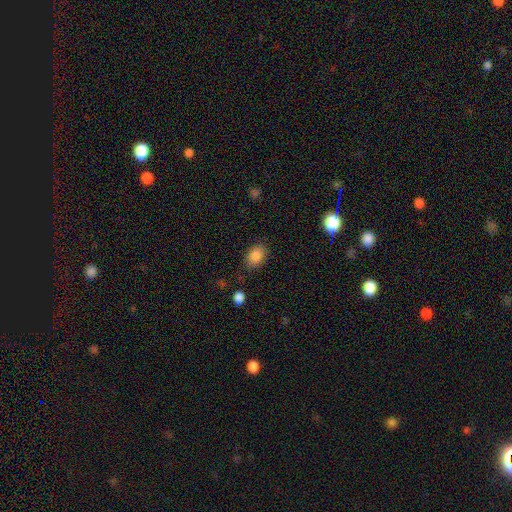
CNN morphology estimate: Smooth or featured?
  - smooth: 86% *
  - star or artifact: 9%
  - featured or disk: 5%
How rounded?
  - in between: 77% *
  - round: 22%
  - cigar-shaped: 1%
Merging?
  - none: 80% *
  - minor disturbance: 14%
  - major disturbance: 4%
  - merger: 2%